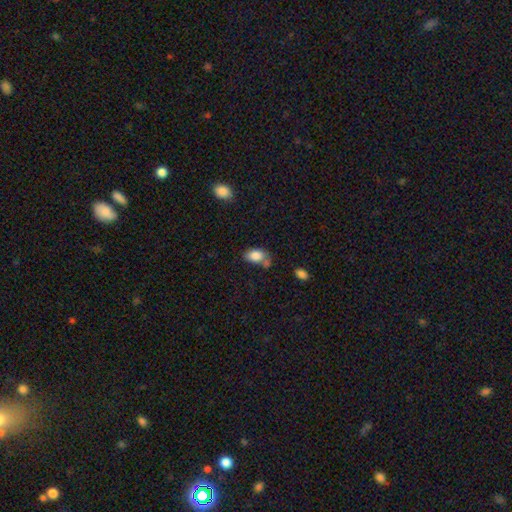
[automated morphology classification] A smooth galaxy with no disk features (84%) that is in between round and cigar-shaped (89%).

Vote fractions:
- Smooth or featured? smooth: 84% / star or artifact: 8% / featured or disk: 8%
- How rounded? in between: 89% / round: 10% / cigar-shaped: 2%
- Merging? none: 48% / minor disturbance: 23% / merger: 22% / major disturbance: 8%